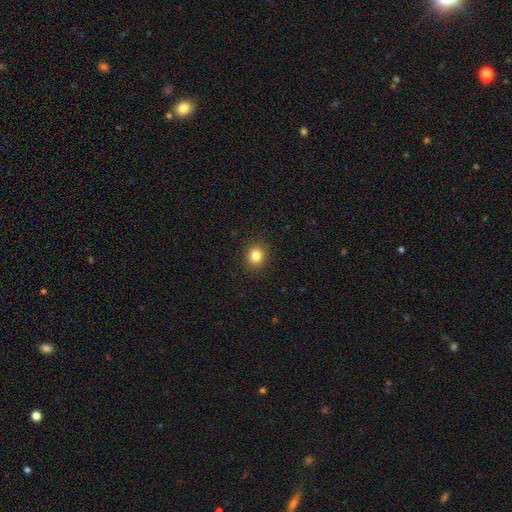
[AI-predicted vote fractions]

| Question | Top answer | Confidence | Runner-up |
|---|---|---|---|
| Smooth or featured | smooth | 83% | star or artifact (12%) |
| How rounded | round | 82% | in between (17%) |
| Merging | none | 91% | minor disturbance (6%) |